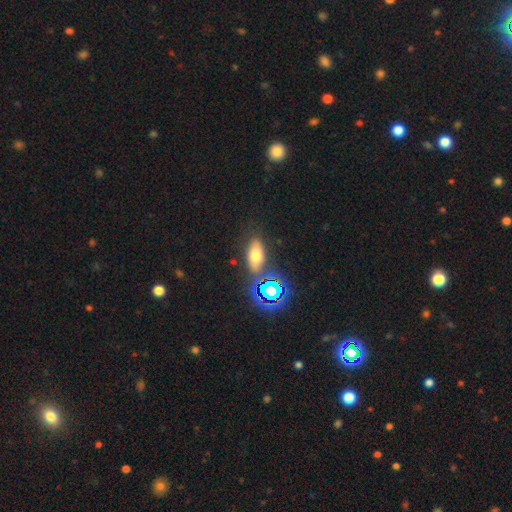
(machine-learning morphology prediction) Overall: smooth (55%; star or artifact 29%). How rounded: in between (80%). Merging: none (76%).